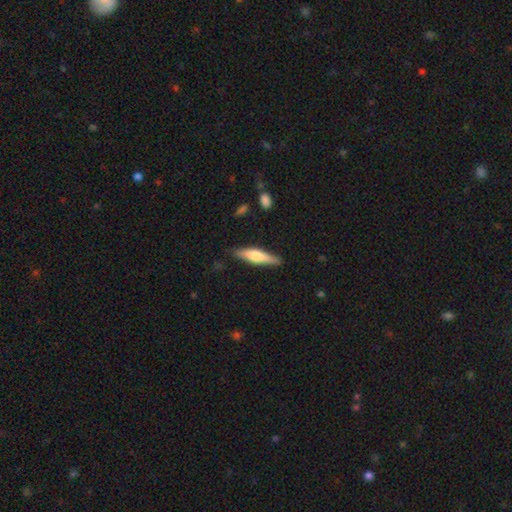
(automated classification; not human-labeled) smooth_or_featured: smooth (p=0.56) [alt: featured or disk p=0.39]
how_rounded: cigar-shaped (p=0.78) [alt: in between p=0.20]
merging: none (p=0.85) [alt: minor disturbance p=0.11]